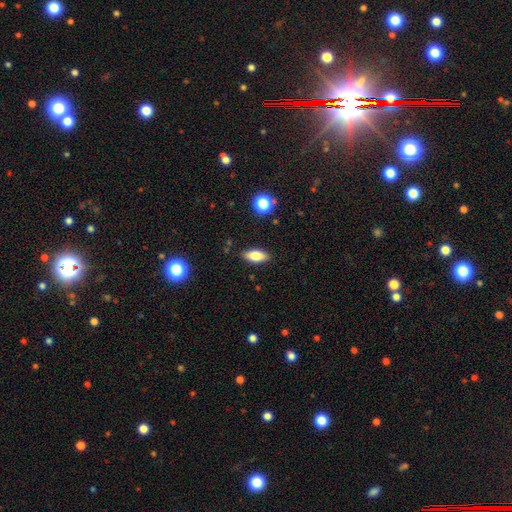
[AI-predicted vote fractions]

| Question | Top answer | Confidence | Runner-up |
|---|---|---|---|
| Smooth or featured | smooth | 74% | featured or disk (17%) |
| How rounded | in between | 80% | cigar-shaped (17%) |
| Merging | none | 86% | minor disturbance (10%) |